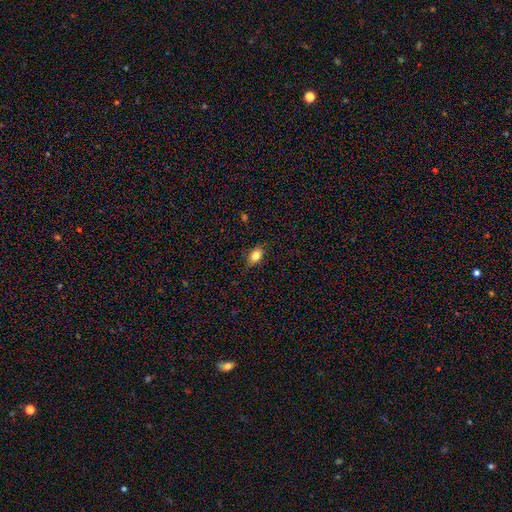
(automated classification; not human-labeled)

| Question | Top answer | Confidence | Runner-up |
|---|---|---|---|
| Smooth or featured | smooth | 79% | featured or disk (12%) |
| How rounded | in between | 78% | round (18%) |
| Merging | none | 81% | minor disturbance (15%) |